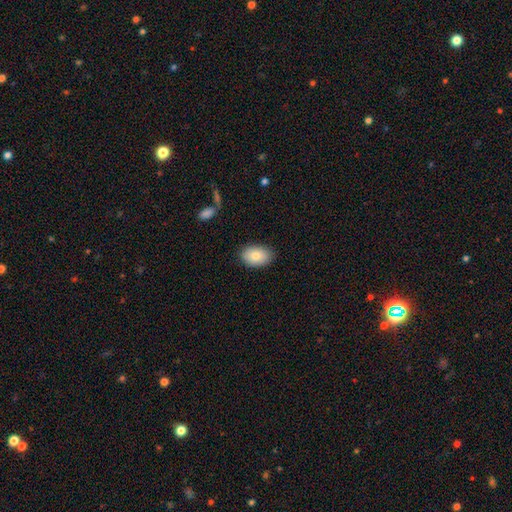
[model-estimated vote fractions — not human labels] The model was most divided on "smooth or featured": smooth: 82%, featured or disk: 11%, star or artifact: 7%. More confident: how rounded — in between (89%); merging — none (85%).